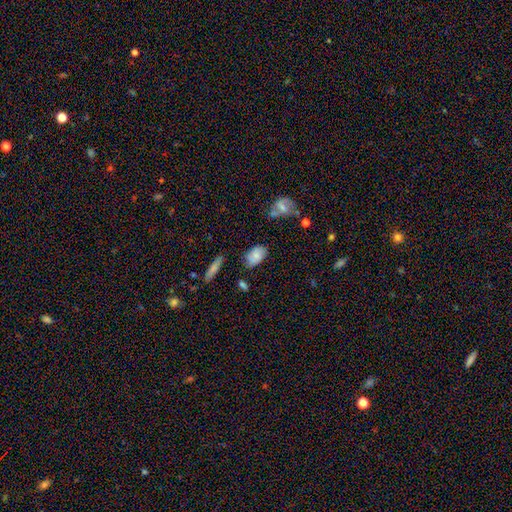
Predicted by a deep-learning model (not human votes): Smooth or featured? smooth (74%)
How rounded? in between (89%)
Merging? none (68%)